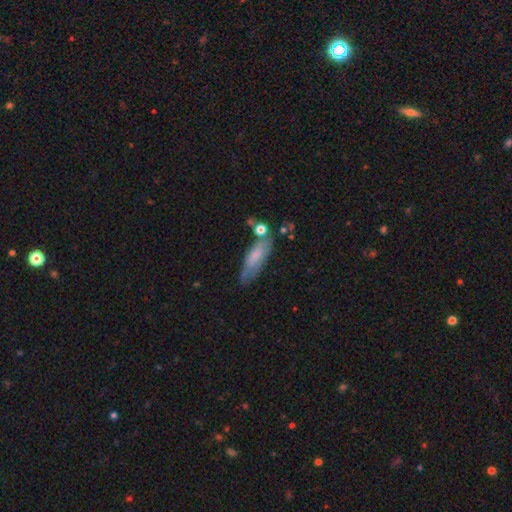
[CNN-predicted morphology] smooth-or-featured: smooth: 62% | featured or disk: 31% | star or artifact: 8%
  how-rounded: in between: 54% | cigar-shaped: 44% | round: 2%
  merging: none: 50% | minor disturbance: 27% | major disturbance: 12% | merger: 11%